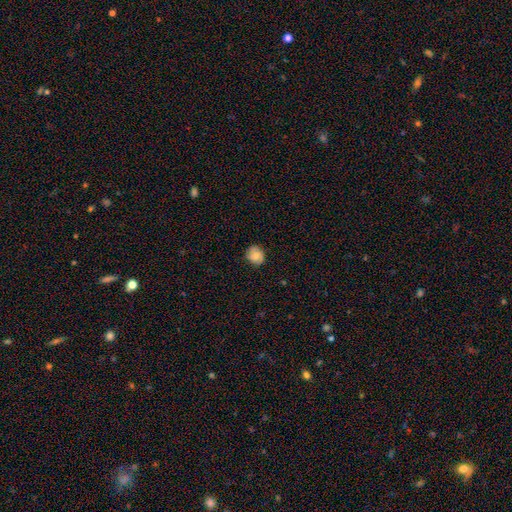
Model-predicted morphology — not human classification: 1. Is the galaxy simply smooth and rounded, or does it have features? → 68% smooth, 23% featured or disk, 8% star or artifact.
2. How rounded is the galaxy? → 72% round, 27% in between, 1% cigar-shaped.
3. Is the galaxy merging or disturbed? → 77% none, 18% minor disturbance, 3% major disturbance, 1% merger.